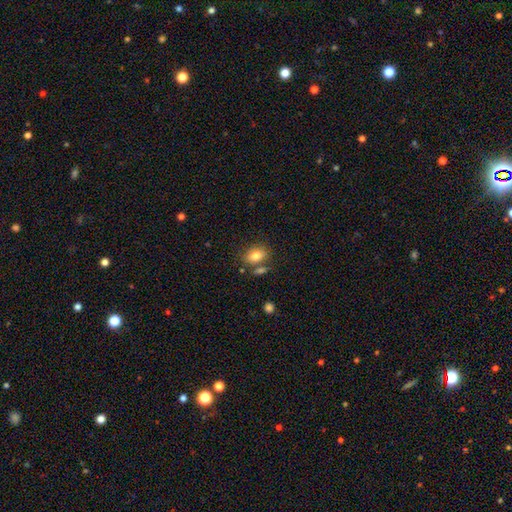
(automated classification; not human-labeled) smooth-or-featured: smooth: 81% | featured or disk: 10% | star or artifact: 9%
  how-rounded: in between: 82% | round: 16% | cigar-shaped: 2%
  merging: none: 66% | merger: 16% | minor disturbance: 14% | major disturbance: 4%